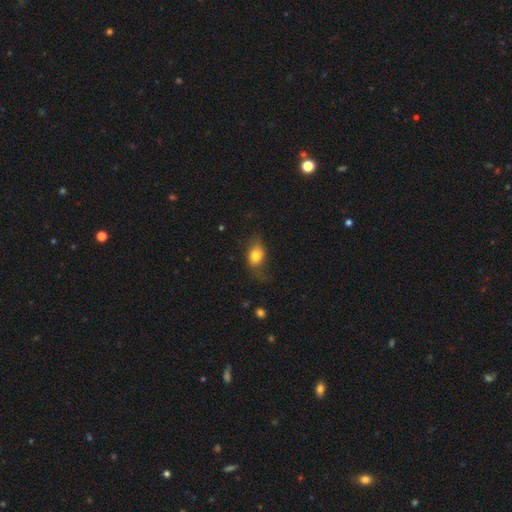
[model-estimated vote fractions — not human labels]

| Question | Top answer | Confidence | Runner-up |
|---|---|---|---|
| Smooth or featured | smooth | 78% | featured or disk (14%) |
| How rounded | in between | 73% | round (25%) |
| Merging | none | 53% | minor disturbance (27%) |